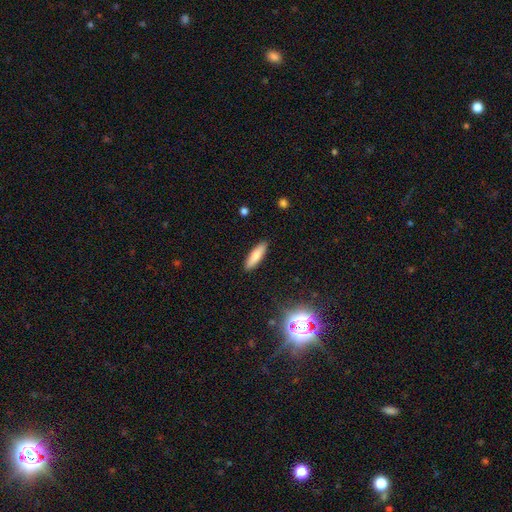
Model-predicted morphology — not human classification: type=smooth (78%); roundness=cigar-shaped (61%); merging=none (90%).